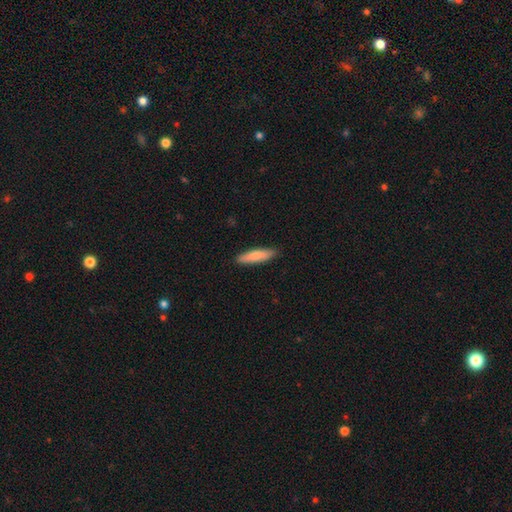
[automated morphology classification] This appears to be a smooth galaxy with no disk features (79%) that is cigar-shaped (74%). Merging: none (88%).